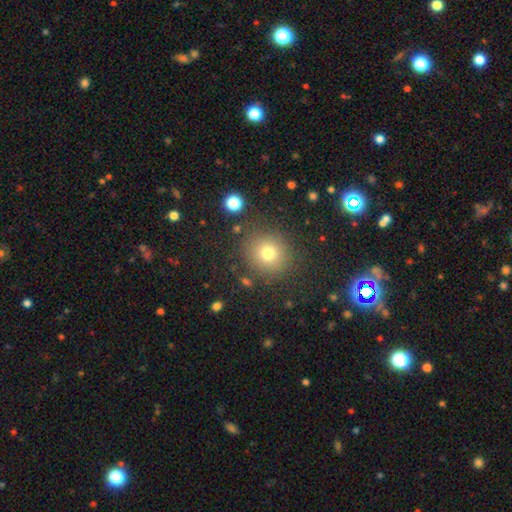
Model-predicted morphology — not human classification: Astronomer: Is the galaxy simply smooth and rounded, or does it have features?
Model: smooth — 56% (runner-up: star or artifact, 35%).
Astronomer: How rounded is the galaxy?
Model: round — 91%.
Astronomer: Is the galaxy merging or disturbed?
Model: none — 88%.